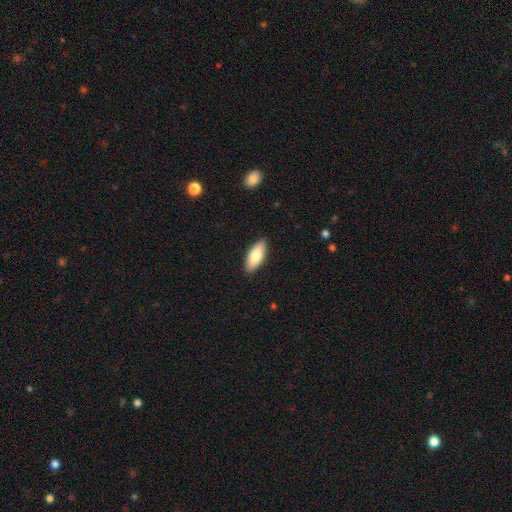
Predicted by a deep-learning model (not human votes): Smooth or featured?
  - smooth: 79% *
  - featured or disk: 15%
  - star or artifact: 6%
How rounded?
  - in between: 81% *
  - cigar-shaped: 17%
  - round: 2%
Merging?
  - none: 89% *
  - minor disturbance: 8%
  - major disturbance: 2%
  - merger: 1%